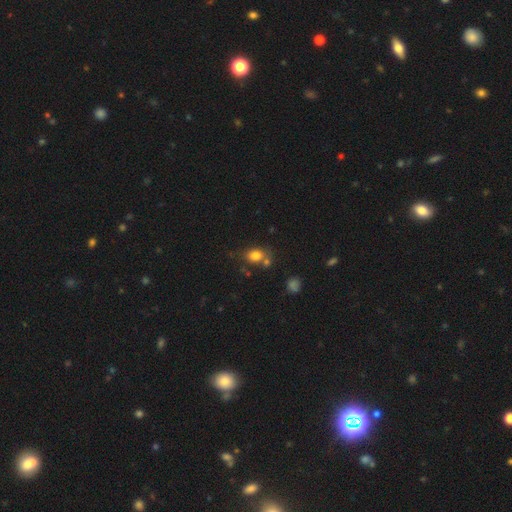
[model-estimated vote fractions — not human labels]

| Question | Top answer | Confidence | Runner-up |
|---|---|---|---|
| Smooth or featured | smooth | 80% | star or artifact (11%) |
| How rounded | in between | 58% | round (40%) |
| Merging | none | 57% | merger (19%) |